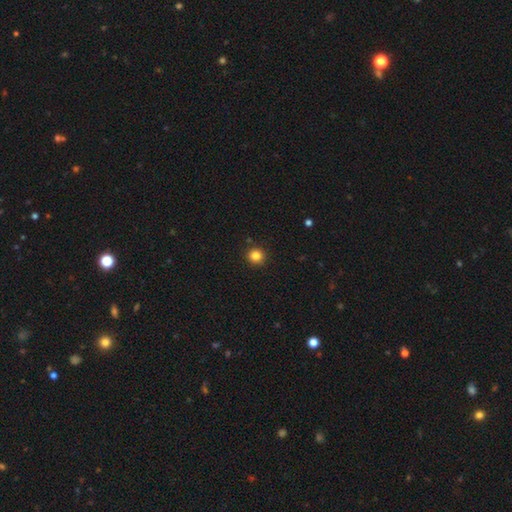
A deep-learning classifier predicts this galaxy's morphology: smooth_or_featured: smooth (p=0.83) [alt: star or artifact p=0.12]
how_rounded: round (p=0.94) [alt: in between p=0.05]
merging: none (p=0.91) [alt: minor disturbance p=0.05]